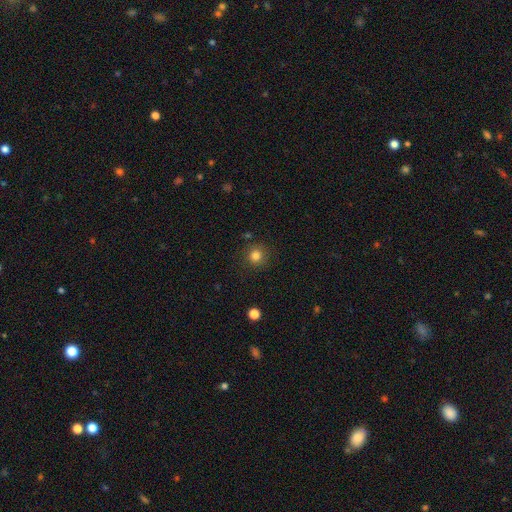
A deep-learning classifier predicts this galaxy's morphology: Smooth or featured?
  - smooth: 82% *
  - star or artifact: 13%
  - featured or disk: 6%
How rounded?
  - round: 93% *
  - in between: 6%
  - cigar-shaped: 1%
Merging?
  - none: 87% *
  - minor disturbance: 8%
  - major disturbance: 3%
  - merger: 2%